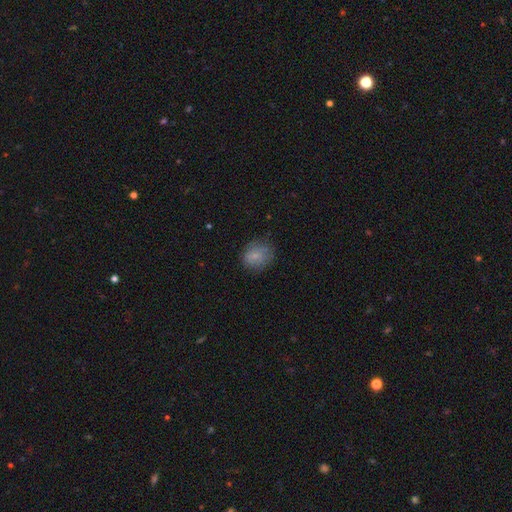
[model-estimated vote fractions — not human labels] A smooth galaxy with no disk features (75%) that is round (63%). Merging: none (70%).